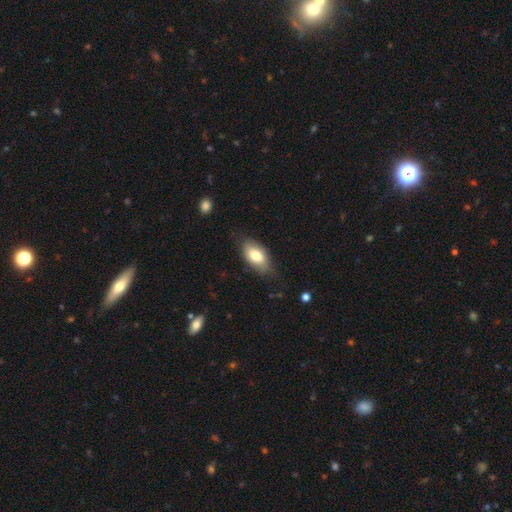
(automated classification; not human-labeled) smooth 76%, featured or disk 18%, star or artifact 7%. Down the decision tree: how rounded — in between (91%); merging — none (72%).